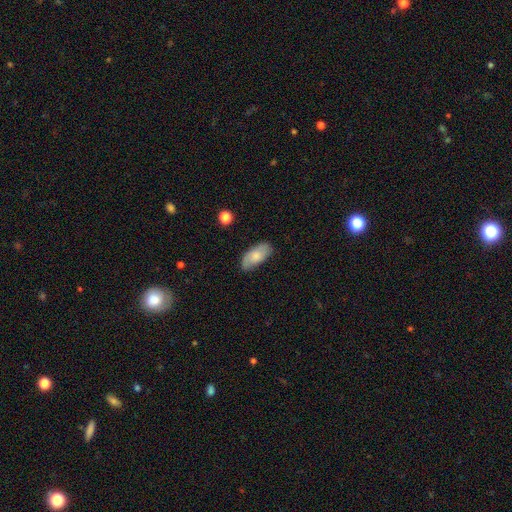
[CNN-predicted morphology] smooth 71%, featured or disk 22%, star or artifact 7%. Down the decision tree: how rounded — in between (92%); merging — none (78%).